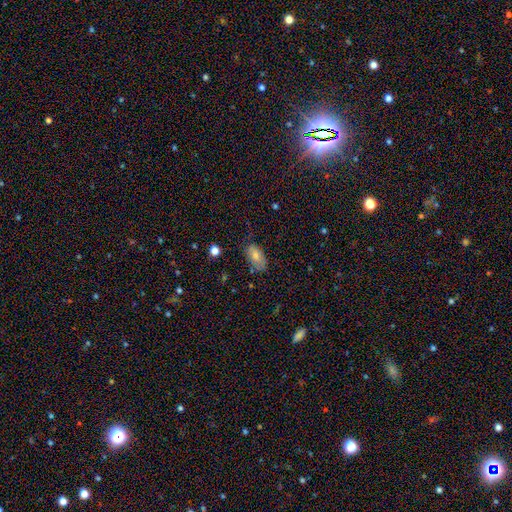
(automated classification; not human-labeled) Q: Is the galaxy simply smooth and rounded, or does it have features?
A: smooth — 75%.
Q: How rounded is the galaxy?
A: in between — 92%.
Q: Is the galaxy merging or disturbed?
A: none — 66%.